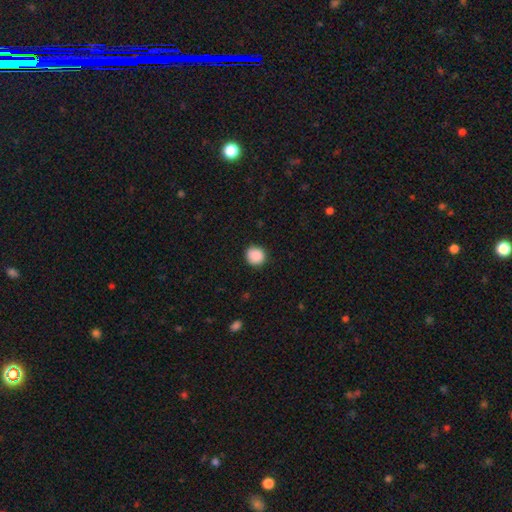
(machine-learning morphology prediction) Overall: smooth (89%). How rounded: round (91%). Merging: none (87%).